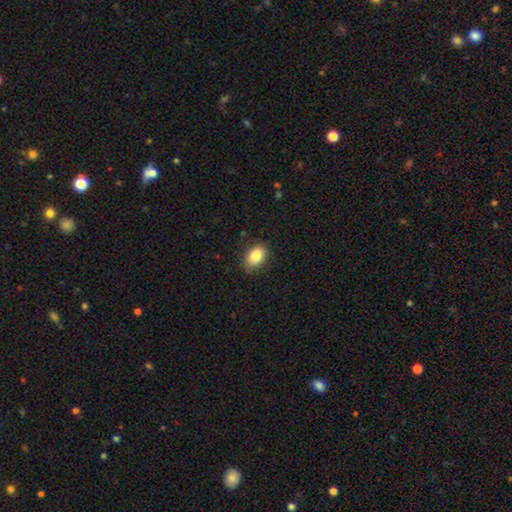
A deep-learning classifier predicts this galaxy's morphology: smooth-or-featured: smooth: 85% | star or artifact: 8% | featured or disk: 7%
  how-rounded: in between: 84% | round: 15% | cigar-shaped: 1%
  merging: none: 82% | minor disturbance: 14% | major disturbance: 3% | merger: 1%